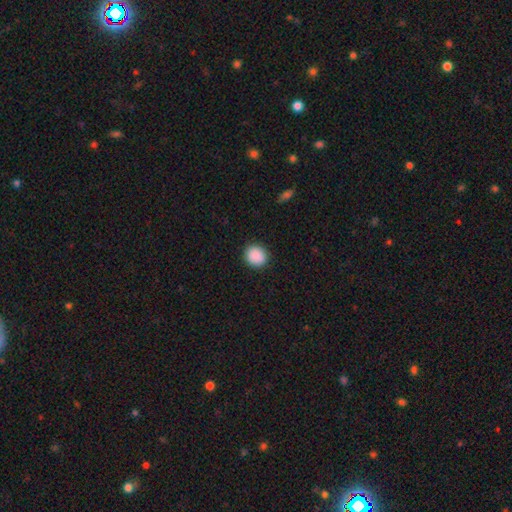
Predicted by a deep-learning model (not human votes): Morphology: type=smooth (90%); roundness=round (81%); merging=none (90%).